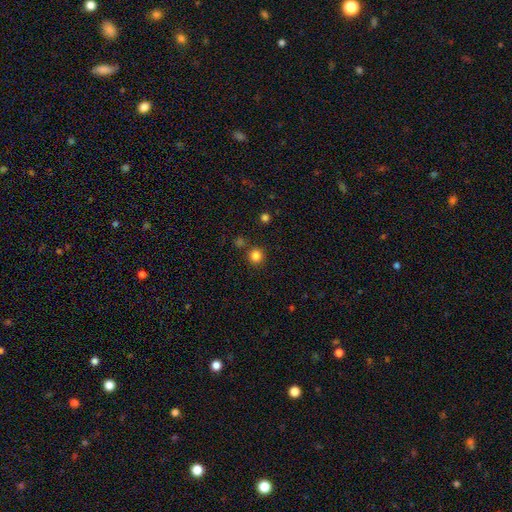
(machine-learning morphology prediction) smooth_or_featured: smooth (p=0.83) [alt: star or artifact p=0.13]
how_rounded: round (p=0.94) [alt: in between p=0.06]
merging: none (p=0.85) [alt: minor disturbance p=0.07]